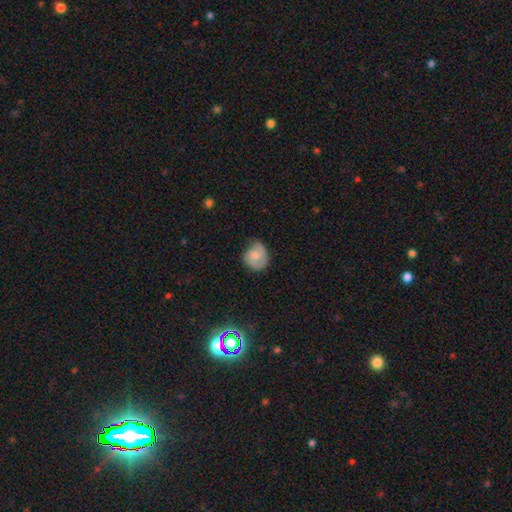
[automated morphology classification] smooth-or-featured: featured or disk: 50% | smooth: 43% | star or artifact: 7%
  merging: none: 56% | minor disturbance: 30% | major disturbance: 13% | merger: 2%